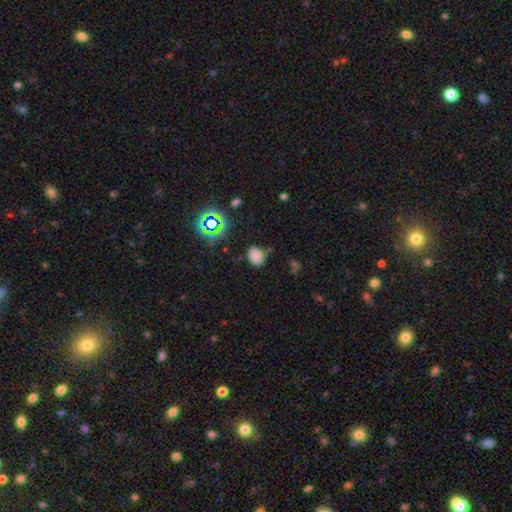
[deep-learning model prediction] smooth-or-featured: smooth: 73% | star or artifact: 20% | featured or disk: 7%
  how-rounded: in between: 58% | round: 41% | cigar-shaped: 1%
  merging: none: 74% | minor disturbance: 18% | major disturbance: 5% | merger: 4%